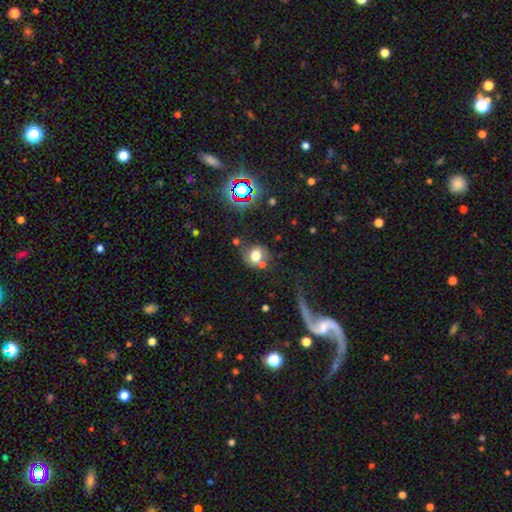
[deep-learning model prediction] Smooth or featured? Predicted: smooth (p=0.70). How rounded? Predicted: round (p=0.72). Merging? Predicted: none (p=0.60).